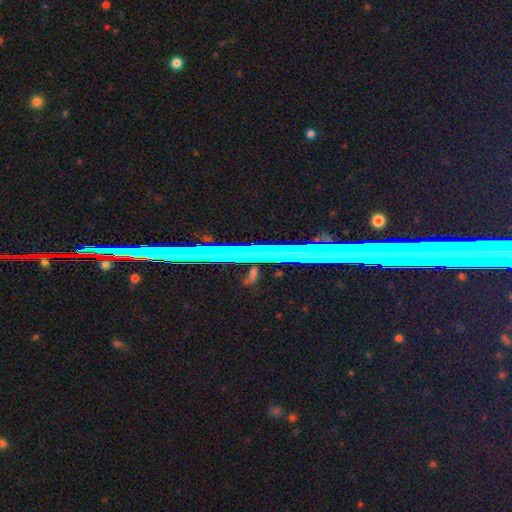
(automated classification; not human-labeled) Smooth or featured? Predicted: star or artifact (p=0.68).